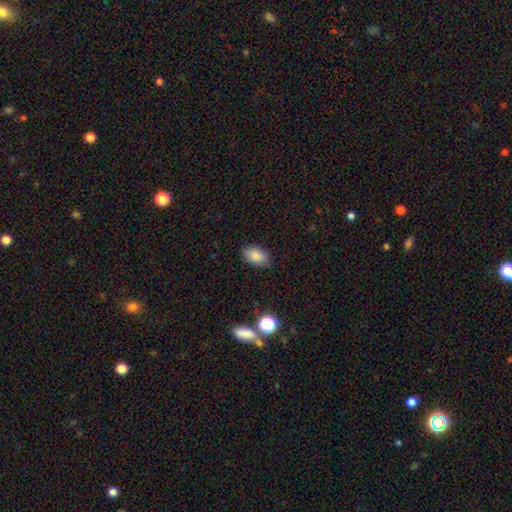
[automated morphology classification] A smooth galaxy with no disk features (85%) that is in between round and cigar-shaped (91%). Merging: none (84%).